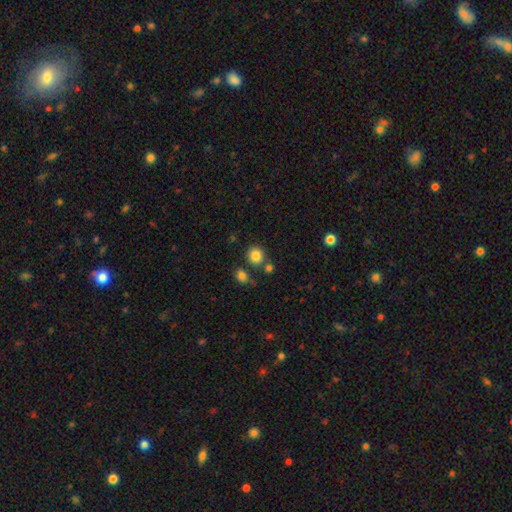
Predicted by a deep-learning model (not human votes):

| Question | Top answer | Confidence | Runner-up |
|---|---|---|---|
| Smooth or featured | smooth | 84% | star or artifact (11%) |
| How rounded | round | 88% | in between (11%) |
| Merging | none | 77% | merger (11%) |